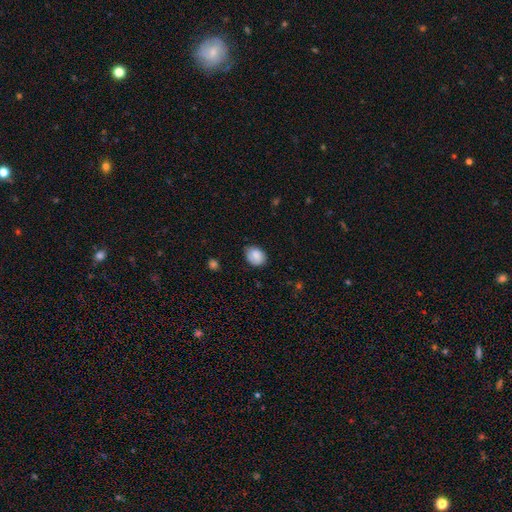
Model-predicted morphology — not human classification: type=smooth (85%); roundness=in between (60%); merging=none (74%).